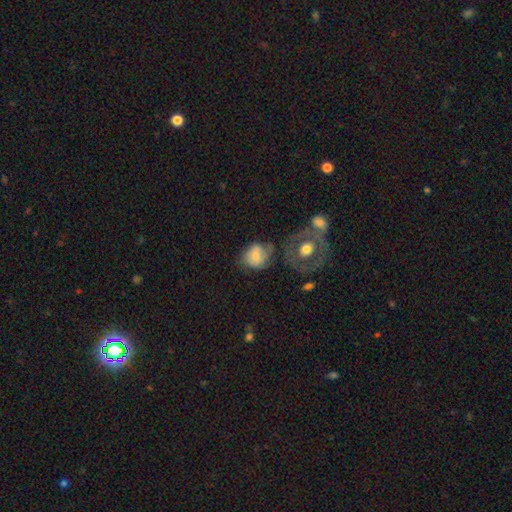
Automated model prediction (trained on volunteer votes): A smooth galaxy with no disk features (59%) that is round (56%). Merging: none (47%).